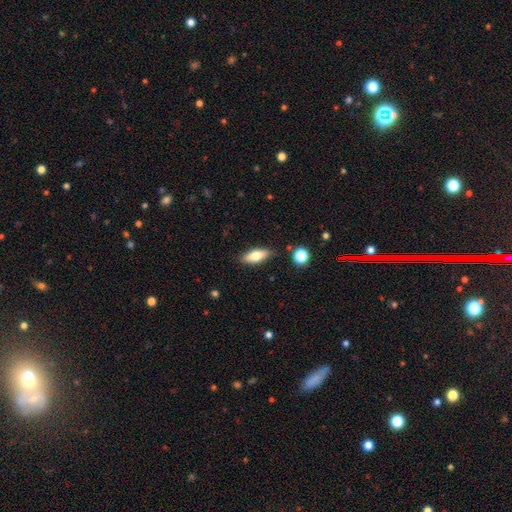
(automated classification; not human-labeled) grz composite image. It shows a smooth galaxy with no disk features (73%) that is in between round and cigar-shaped (73%). Merging: none (84%).